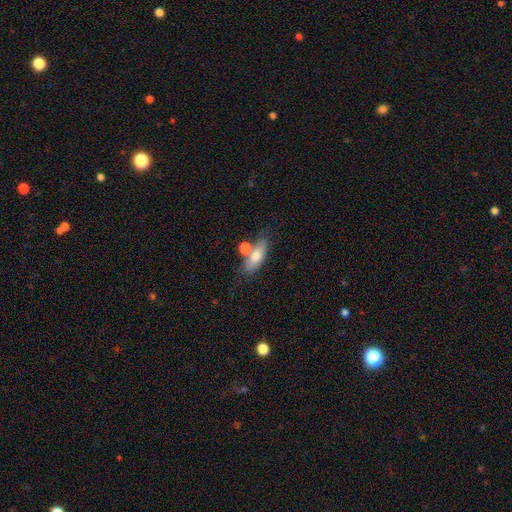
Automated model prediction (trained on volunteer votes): The model was most divided on "merging": none: 59%, merger: 22%, minor disturbance: 14%, major disturbance: 5%. More confident: smooth or featured — smooth (72%); how rounded — in between (70%).